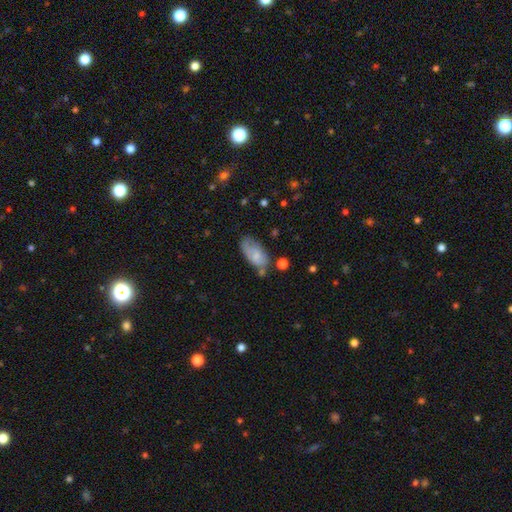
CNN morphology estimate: Smooth or featured? Predicted: smooth (p=0.69). How rounded? Predicted: in between (p=0.91). Merging? Predicted: none (p=0.45).